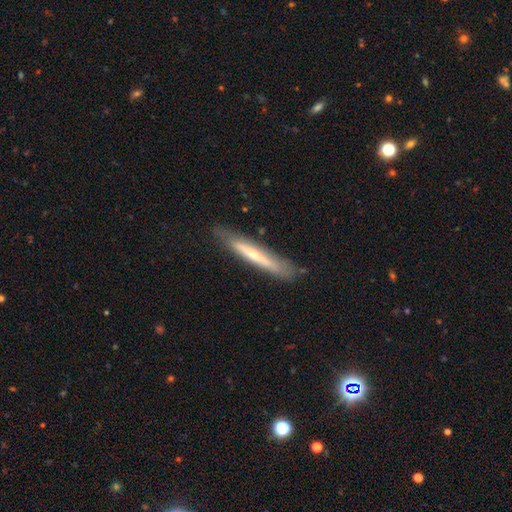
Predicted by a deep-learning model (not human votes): smooth-or-featured: featured or disk: 54% | smooth: 39% | star or artifact: 7%
  disk-edge-on: yes: 86% | no: 14%
  merging: none: 82% | minor disturbance: 14% | major disturbance: 3% | merger: 1%